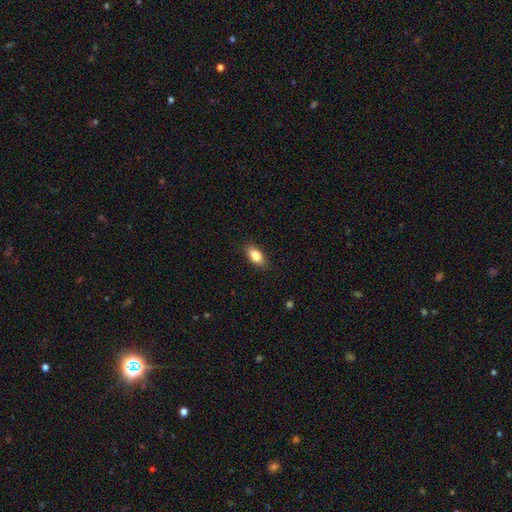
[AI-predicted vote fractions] Smooth or featured? Predicted: smooth (p=0.83). How rounded? Predicted: in between (p=0.87). Merging? Predicted: none (p=0.87).